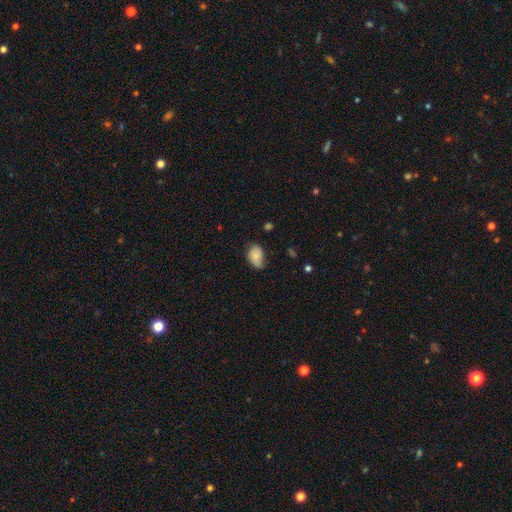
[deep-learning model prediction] A smooth galaxy with no disk features (78%) that is in between round and cigar-shaped (83%). Merging: none (50%).